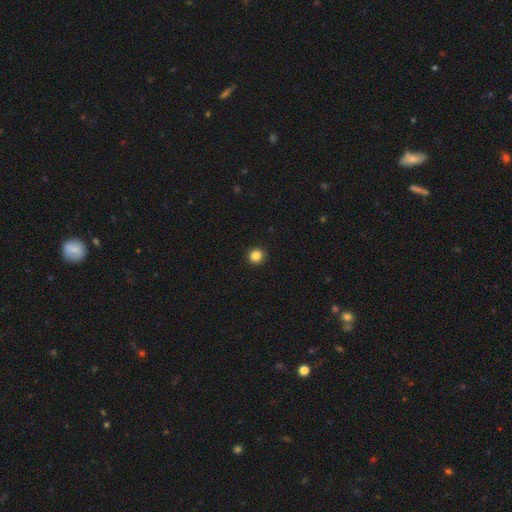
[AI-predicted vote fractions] Smooth or featured? smooth (85%)
How rounded? round (94%)
Merging? none (94%)